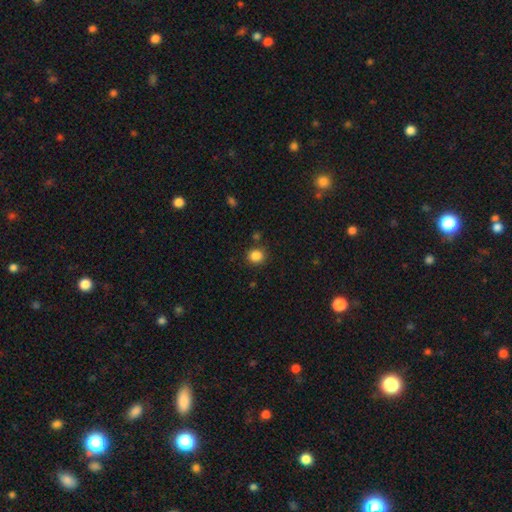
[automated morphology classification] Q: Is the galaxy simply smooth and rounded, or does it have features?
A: smooth — 85%.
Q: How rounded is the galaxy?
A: round — 85%.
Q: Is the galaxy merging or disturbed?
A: none — 86%.